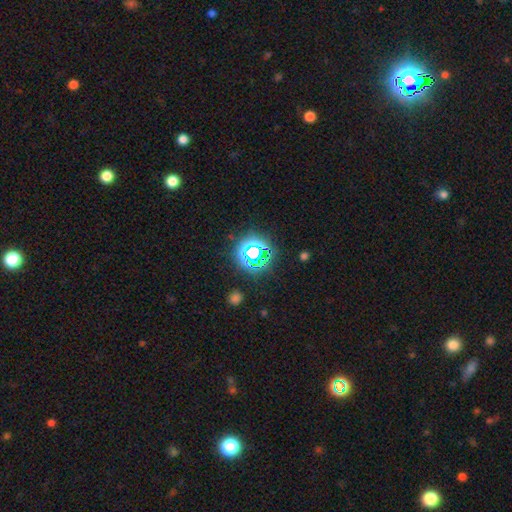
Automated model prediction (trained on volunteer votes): Overall: star or artifact (68%).